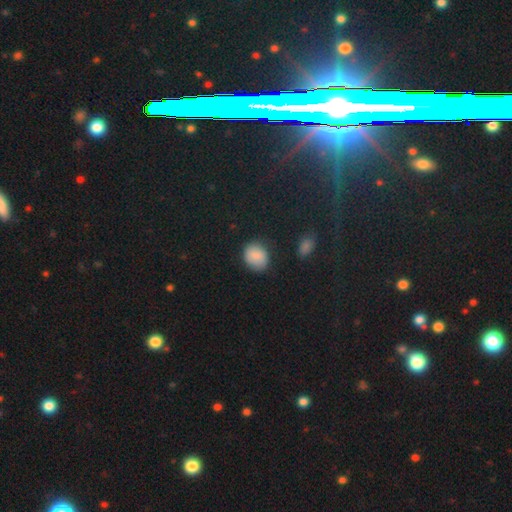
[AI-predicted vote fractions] Overall: smooth (84%). How rounded: round (63%; in between 36%). Merging: none (79%).